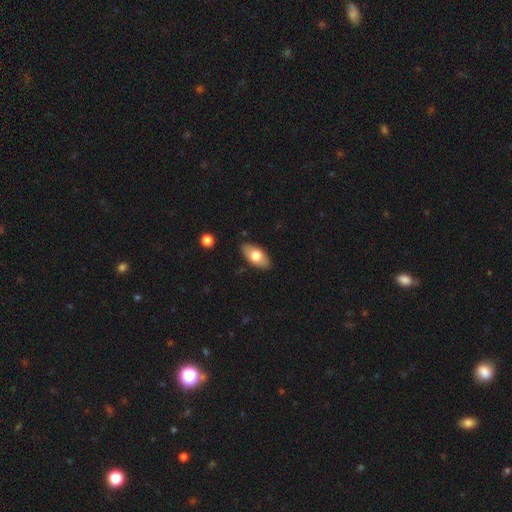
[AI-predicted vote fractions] Smooth or featured? smooth (70%)
How rounded? in between (91%)
Merging? none (86%)